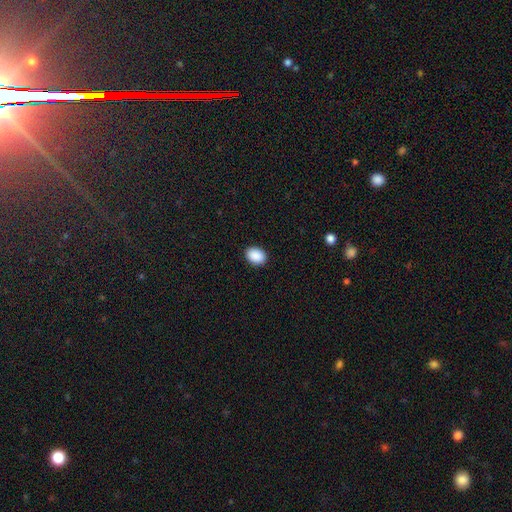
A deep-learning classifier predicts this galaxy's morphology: type=smooth (90%); roundness=in between (71%); merging=none (91%).